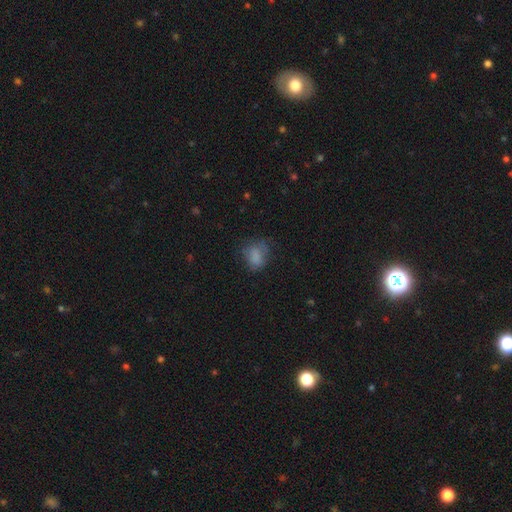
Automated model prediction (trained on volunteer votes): A smooth galaxy with no disk features (74%) that is in between round and cigar-shaped (62%). Merging: none (52%).